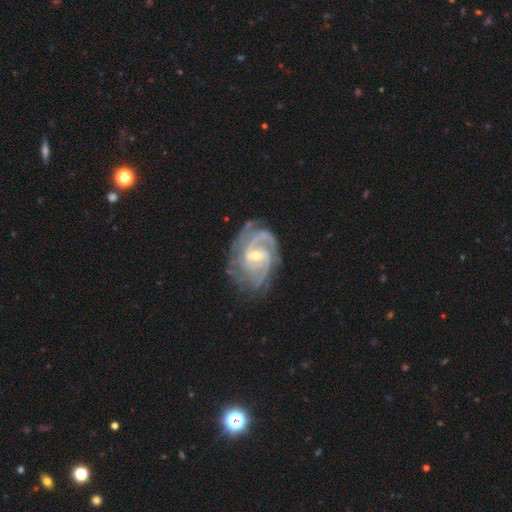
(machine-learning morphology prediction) A featured or disk galaxy (90%) with a weak bar (56%), 2 (27%) tight (55%) spiral arms (97%) and a small central bulge (54%). Merging: none (67%).